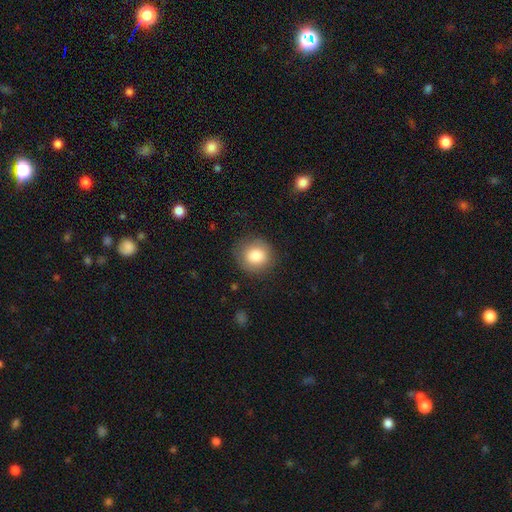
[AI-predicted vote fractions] smooth-or-featured: smooth: 82% | featured or disk: 9% | star or artifact: 8%
  how-rounded: round: 89% | in between: 10% | cigar-shaped: 1%
  merging: none: 83% | minor disturbance: 12% | major disturbance: 4% | merger: 1%